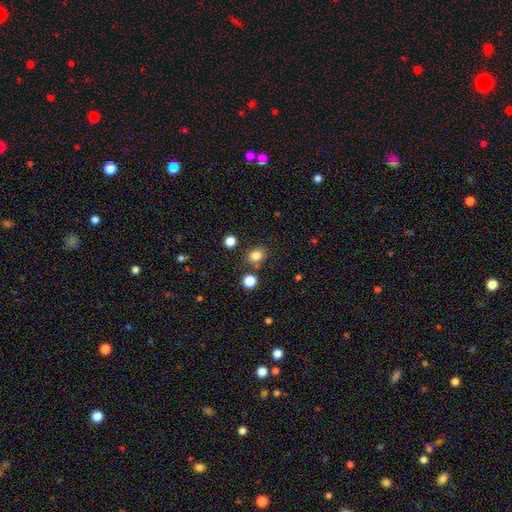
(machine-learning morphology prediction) smooth-or-featured: smooth: 82% | star or artifact: 13% | featured or disk: 5%
  how-rounded: round: 65% | in between: 34% | cigar-shaped: 1%
  merging: none: 75% | minor disturbance: 11% | merger: 10% | major disturbance: 4%